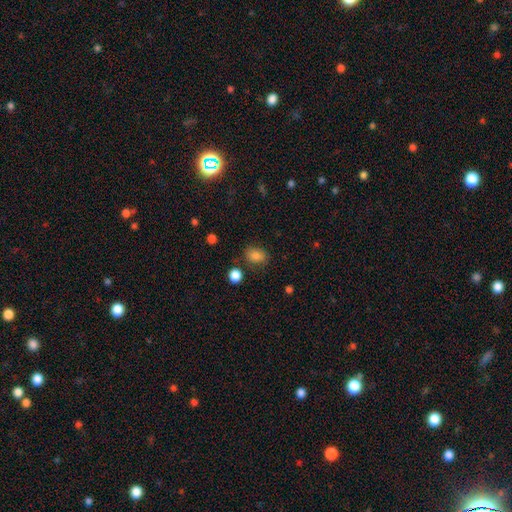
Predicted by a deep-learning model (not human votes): Smooth or featured? Predicted: smooth (p=0.83). How rounded? Predicted: in between (p=0.65). Merging? Predicted: none (p=0.77).